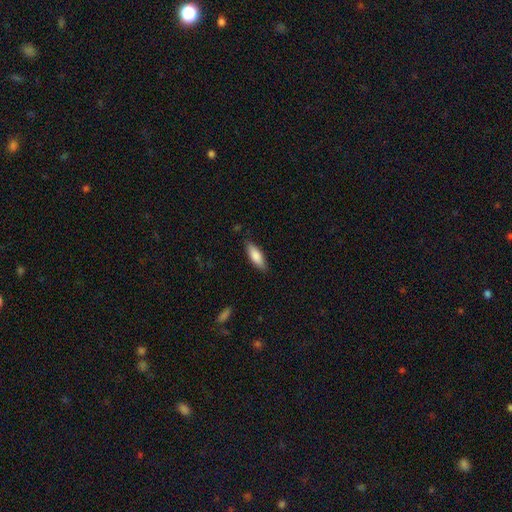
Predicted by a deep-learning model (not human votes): A smooth galaxy with no disk features (82%) that is in between round and cigar-shaped (60%).

Vote fractions:
- Smooth or featured? smooth: 82% / featured or disk: 12% / star or artifact: 6%
- How rounded? in between: 60% / cigar-shaped: 38% / round: 2%
- Merging? none: 85% / minor disturbance: 11% / major disturbance: 2% / merger: 1%